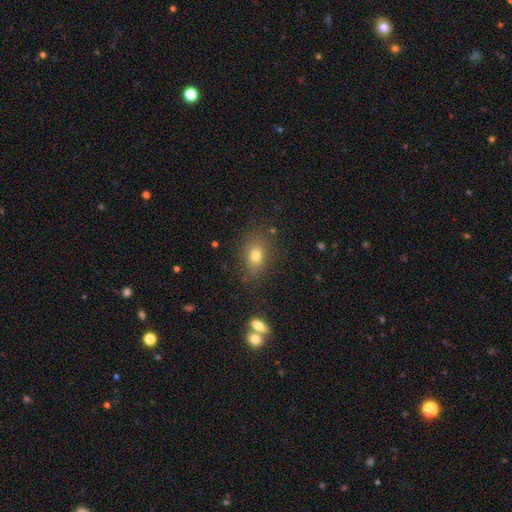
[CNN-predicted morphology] smooth_or_featured: smooth (p=0.75) [alt: star or artifact p=0.13]
how_rounded: in between (p=0.71) [alt: round p=0.26]
merging: none (p=0.79) [alt: minor disturbance p=0.13]